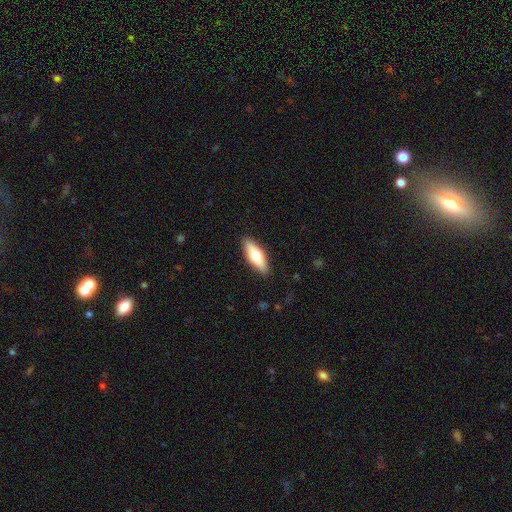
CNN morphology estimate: type=smooth (62%); roundness=in between (56%); merging=none (89%).